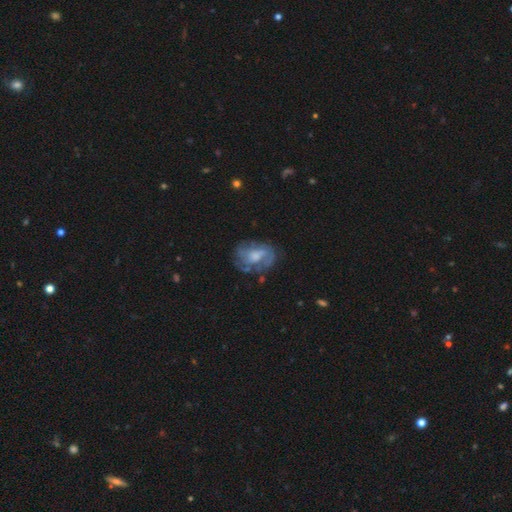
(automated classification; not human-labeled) Smooth or featured: featured or disk — 69% (smooth — 23%)
Edge-on disk: no — 97% (yes — 3%)
Bar: no — 59% (weak — 34%)
Spiral arms: yes — 75% (no — 25%)
Spiral winding: medium — 43% (tight — 31%)
Spiral arm count: can't tell — 34% (2 — 32%)
Bulge size: moderate — 46% (small — 24%)
Merging: none — 58% (minor disturbance — 22%)